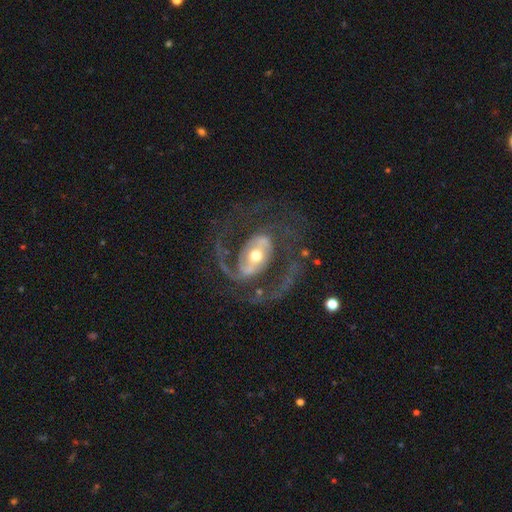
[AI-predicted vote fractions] Q: Smooth or featured?
A: featured or disk (91%); runner-up: smooth (5%)
Q: Edge-on disk?
A: no (97%); runner-up: yes (3%)
Q: Bar?
A: strong (41%); runner-up: weak (35%)
Q: Spiral arms?
A: yes (95%); runner-up: no (5%)
Q: Spiral winding?
A: medium (57%); runner-up: loose (25%)
Q: Spiral arm count?
A: 2 (84%); runner-up: 1 (5%)
Q: Bulge size?
A: moderate (64%); runner-up: small (26%)
Q: Merging?
A: none (65%); runner-up: major disturbance (19%)